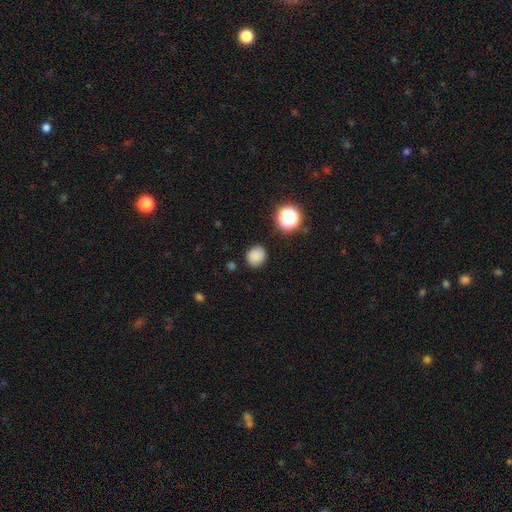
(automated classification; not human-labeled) Q: Smooth or featured?
A: smooth (83%); runner-up: star or artifact (13%)
Q: How rounded?
A: round (84%); runner-up: in between (15%)
Q: Merging?
A: none (86%); runner-up: minor disturbance (10%)